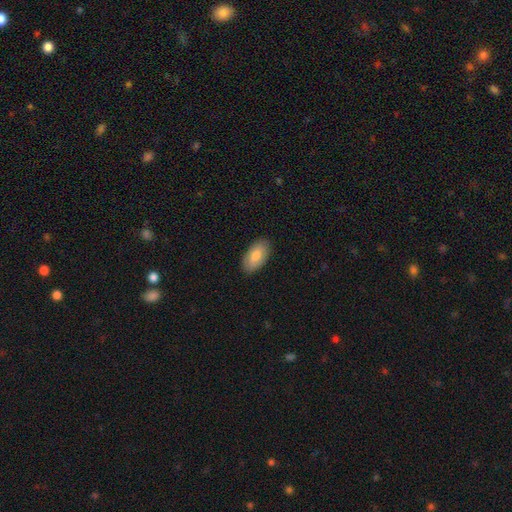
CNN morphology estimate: Smooth or featured? Predicted: smooth (p=0.78). How rounded? Predicted: in between (p=0.94). Merging? Predicted: none (p=0.88).